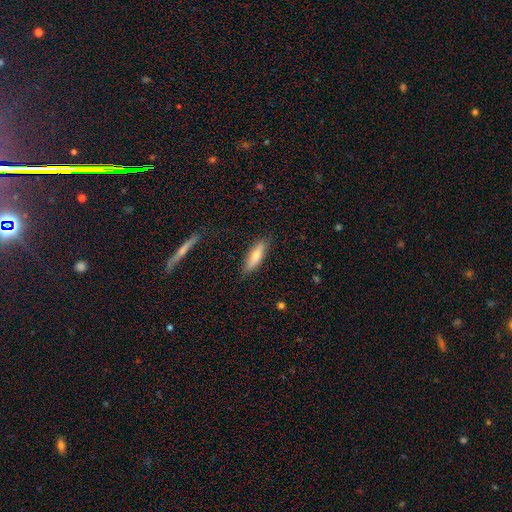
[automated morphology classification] Smooth or featured? Predicted: smooth (p=0.67). How rounded? Predicted: cigar-shaped (p=0.57). Merging? Predicted: none (p=0.84).